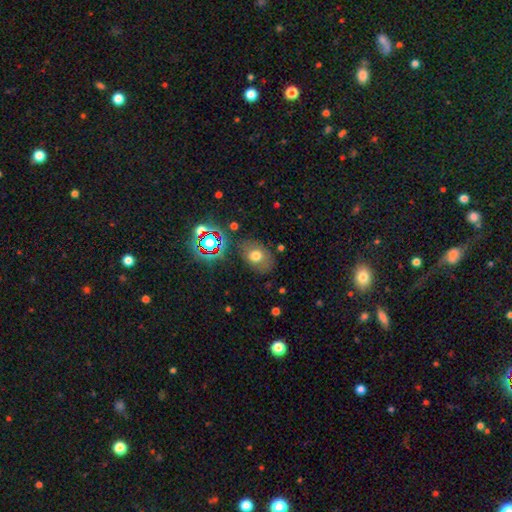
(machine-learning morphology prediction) This appears to be a smooth galaxy with no disk features (63%) that is in between round and cigar-shaped (70%). Merging: none (73%).